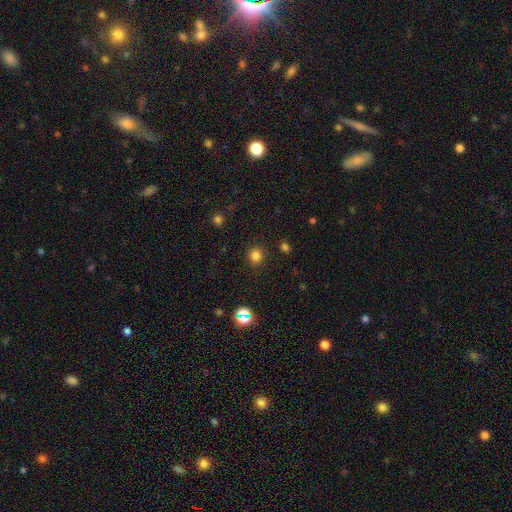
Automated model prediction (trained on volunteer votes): smooth-or-featured: smooth: 80% | star or artifact: 16% | featured or disk: 4%
  how-rounded: round: 86% | in between: 13% | cigar-shaped: 1%
  merging: none: 89% | minor disturbance: 7% | major disturbance: 3% | merger: 1%